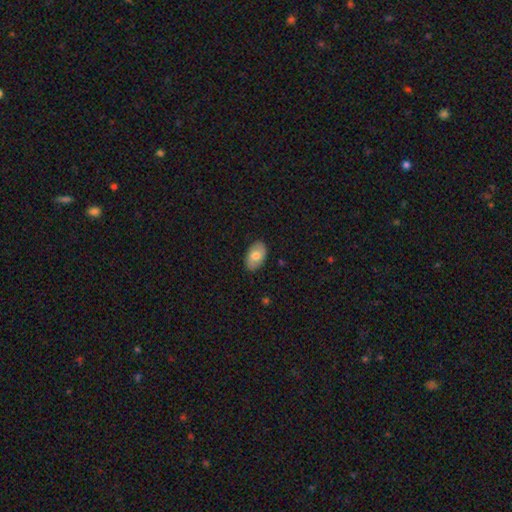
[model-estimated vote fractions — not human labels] smooth_or_featured: smooth (p=0.75) [alt: featured or disk p=0.19]
how_rounded: in between (p=0.92) [alt: round p=0.07]
merging: none (p=0.87) [alt: minor disturbance p=0.10]